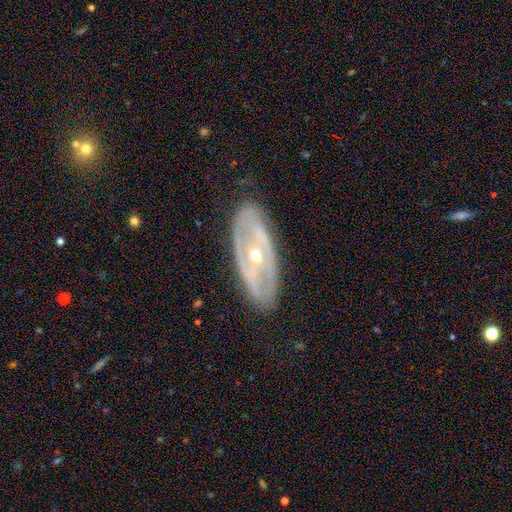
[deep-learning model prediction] A featured or disk galaxy (80%) with no bar (58%), spiral arms (62%) and a moderate central bulge (56%). Merging: none (82%).